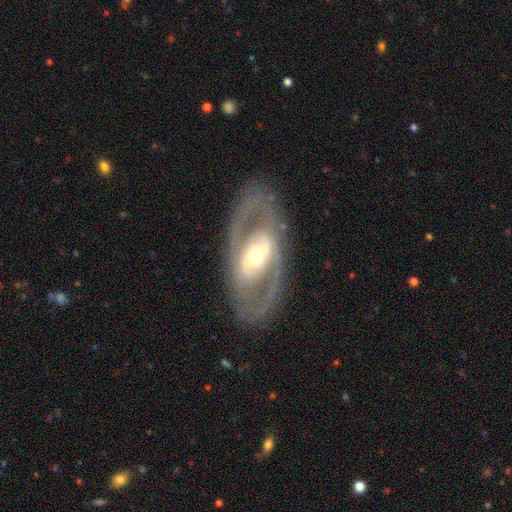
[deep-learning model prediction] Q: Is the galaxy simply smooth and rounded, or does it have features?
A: featured or disk — 82%.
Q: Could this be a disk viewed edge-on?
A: no — 91%.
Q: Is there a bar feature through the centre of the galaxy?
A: strong — 38%.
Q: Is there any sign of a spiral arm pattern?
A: yes — 67%.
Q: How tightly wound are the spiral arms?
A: medium — 45%.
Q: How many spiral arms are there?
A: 2 — 80%.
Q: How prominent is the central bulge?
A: moderate — 63%.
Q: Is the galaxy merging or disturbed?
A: none — 82%.